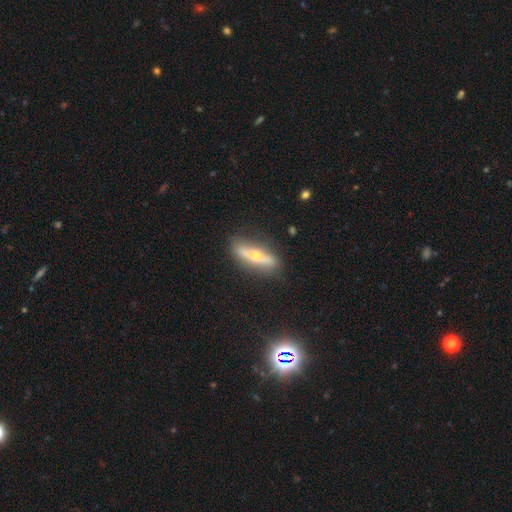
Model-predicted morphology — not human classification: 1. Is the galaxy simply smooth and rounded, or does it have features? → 63% featured or disk, 29% smooth, 8% star or artifact.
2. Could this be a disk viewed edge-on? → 77% yes, 23% no.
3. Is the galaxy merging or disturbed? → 82% none, 12% minor disturbance, 3% major disturbance, 2% merger.